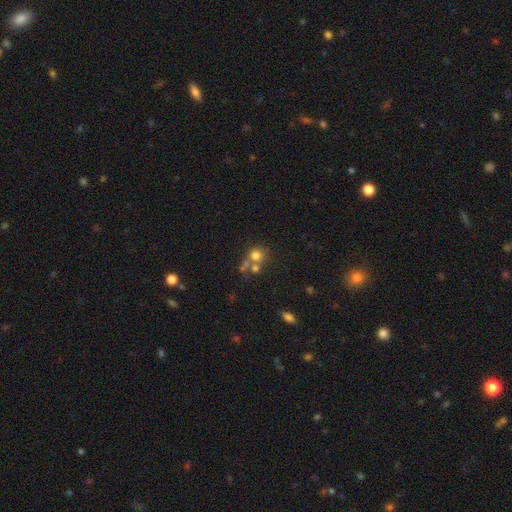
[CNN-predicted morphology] Q: Smooth or featured?
A: smooth (69%); runner-up: featured or disk (16%)
Q: How rounded?
A: round (84%); runner-up: in between (15%)
Q: Merging?
A: none (44%); runner-up: merger (42%)